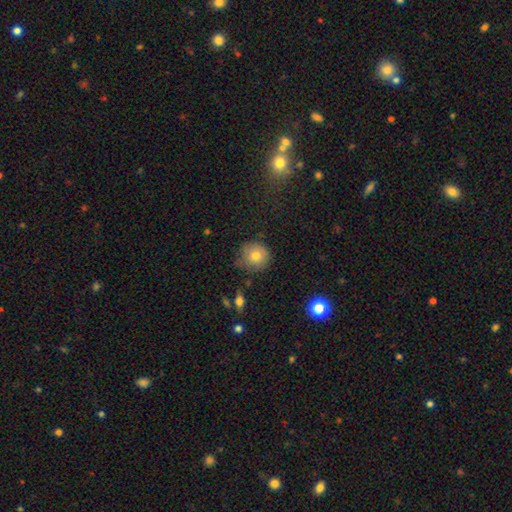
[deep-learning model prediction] A smooth galaxy with no disk features (77%) that is round (92%). Merging: none (74%).